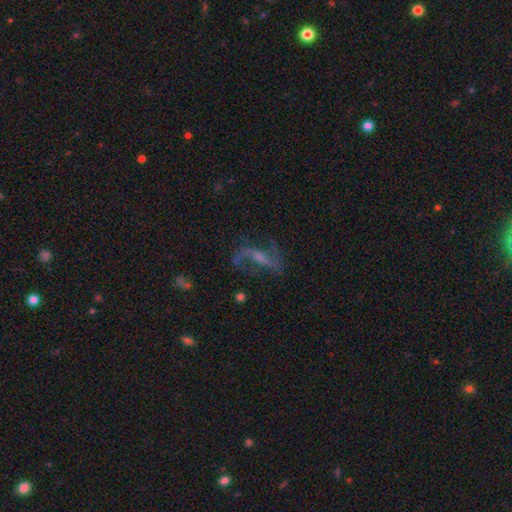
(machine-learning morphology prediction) This is likely a featured or disk galaxy (72%). It is clearly not viewed edge-on (91%). Bar: marginally weak (42%). Spiral arm pattern: clearly yes (89%). Spiral arm count: clearly 2 (81%). Spiral winding: likely loose (67%). Central bulge: marginally small (43%). Merging: possibly none (60%).